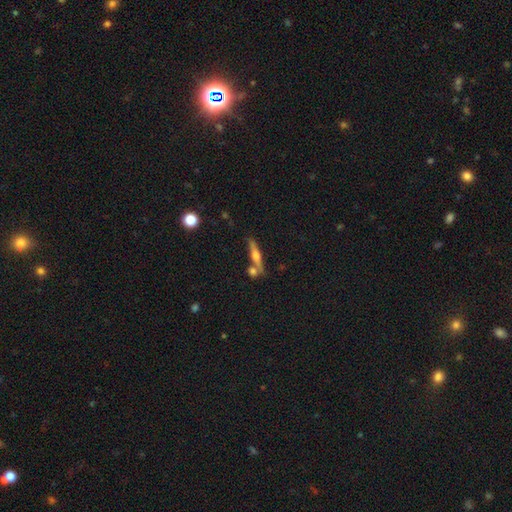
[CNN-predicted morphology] type=featured or disk (59%); edge-on=yes (95%); edge-on bulge=rounded (91%); merging=none (69%).